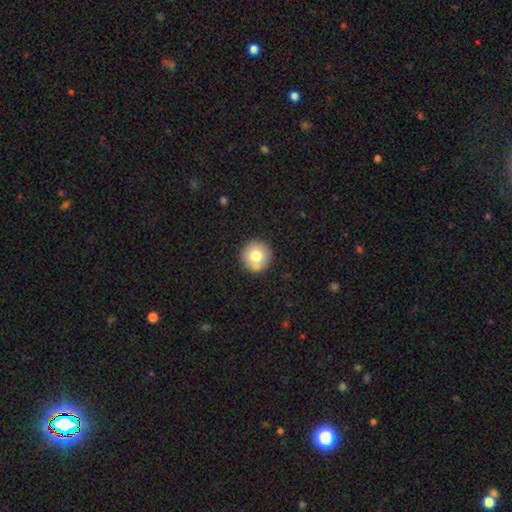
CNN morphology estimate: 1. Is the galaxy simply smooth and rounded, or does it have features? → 74% smooth, 17% featured or disk, 10% star or artifact.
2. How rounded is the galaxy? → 94% round, 5% in between, 1% cigar-shaped.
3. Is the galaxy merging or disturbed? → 81% none, 9% merger, 8% minor disturbance, 2% major disturbance.